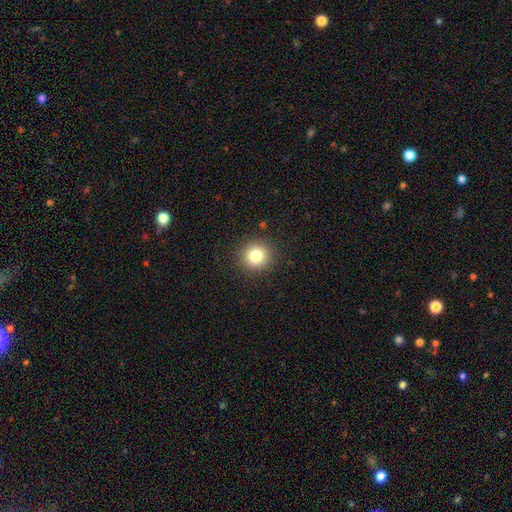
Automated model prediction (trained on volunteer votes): A smooth galaxy with no disk features (80%) that is round (92%). Merging: none (91%).